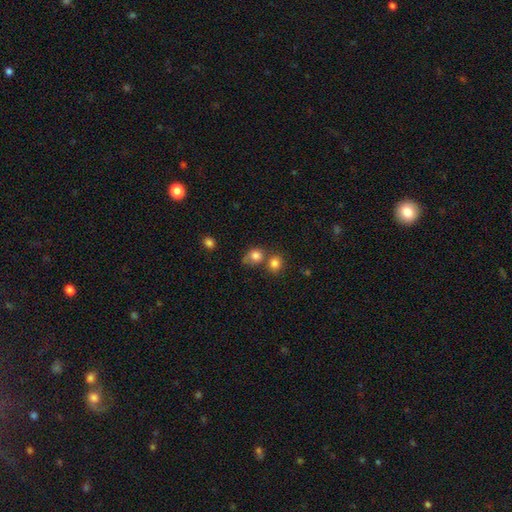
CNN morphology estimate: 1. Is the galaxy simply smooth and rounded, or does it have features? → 82% smooth, 11% star or artifact, 8% featured or disk.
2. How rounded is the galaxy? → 76% round, 23% in between, 1% cigar-shaped.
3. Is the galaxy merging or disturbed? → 46% none, 32% merger, 15% minor disturbance, 7% major disturbance.